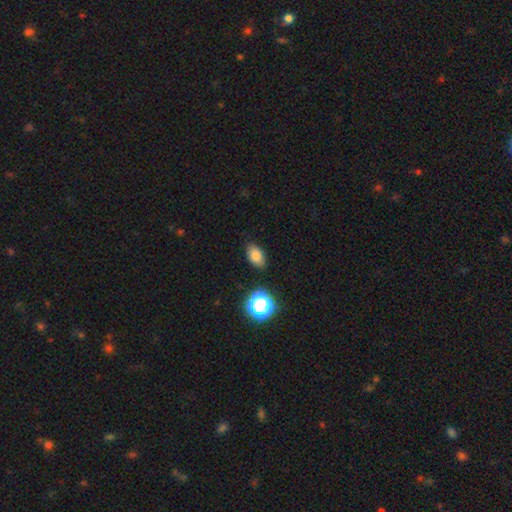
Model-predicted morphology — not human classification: type=smooth (79%); roundness=in between (85%); merging=none (85%).